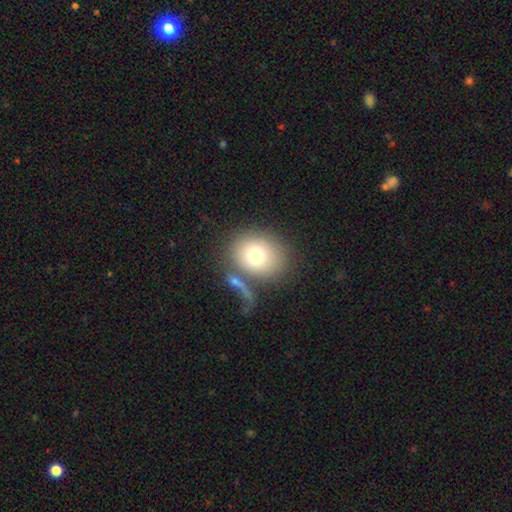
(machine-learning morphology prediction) A smooth galaxy with no disk features (74%) that is round (69%).

Vote fractions:
- Smooth or featured? smooth: 74% / featured or disk: 16% / star or artifact: 10%
- How rounded? round: 69% / in between: 29% / cigar-shaped: 1%
- Merging? none: 61% / merger: 14% / minor disturbance: 13% / major disturbance: 11%